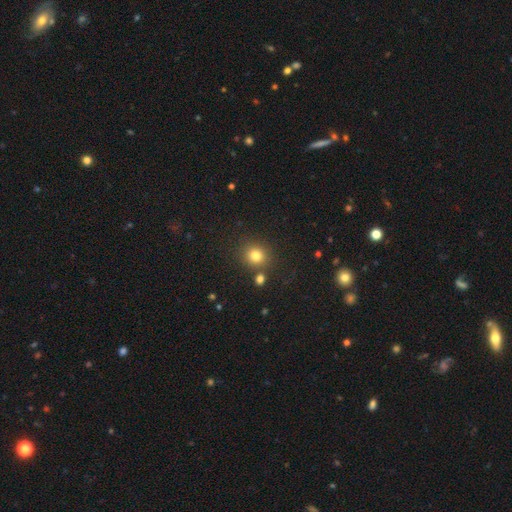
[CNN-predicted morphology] smooth 80%, star or artifact 14%, featured or disk 6%. Down the decision tree: how rounded — round (84%); merging — none (79%).